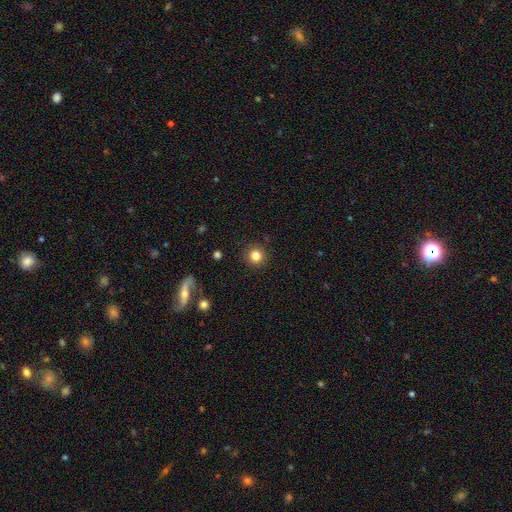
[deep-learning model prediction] The model was most divided on "smooth or featured": smooth: 82%, star or artifact: 12%, featured or disk: 6%. More confident: how rounded — round (94%); merging — none (91%).